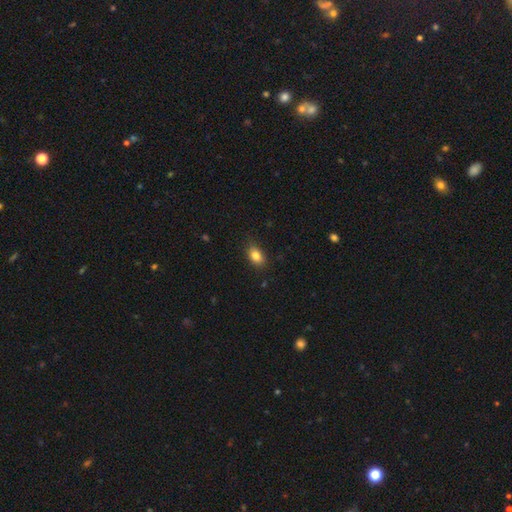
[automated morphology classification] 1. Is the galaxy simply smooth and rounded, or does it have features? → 83% smooth, 10% star or artifact, 8% featured or disk.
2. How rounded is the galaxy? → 80% in between, 18% round, 2% cigar-shaped.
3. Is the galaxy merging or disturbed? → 82% none, 14% minor disturbance, 3% major disturbance, 1% merger.